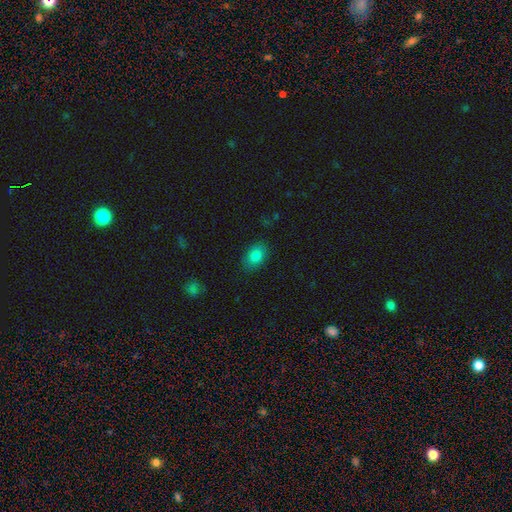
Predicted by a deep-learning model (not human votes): smooth_or_featured: smooth (p=0.83) [alt: star or artifact p=0.09]
how_rounded: in between (p=0.84) [alt: round p=0.15]
merging: none (p=0.83) [alt: minor disturbance p=0.12]